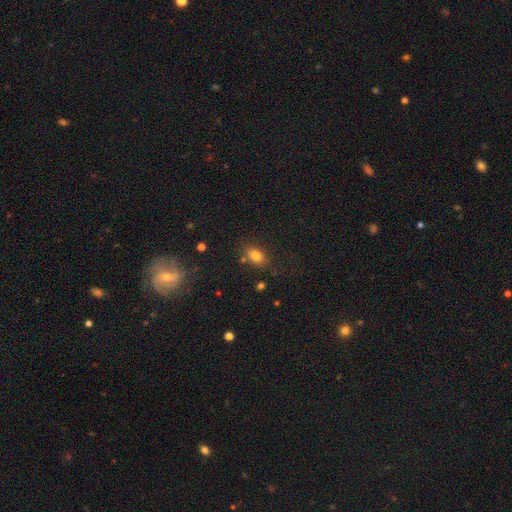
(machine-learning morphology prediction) Overall: smooth (80%). How rounded: in between (84%). Merging: none (75%).